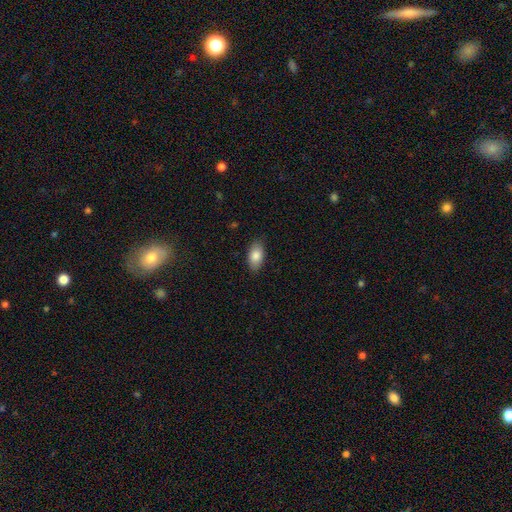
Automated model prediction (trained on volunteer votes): smooth_or_featured: smooth (p=0.84) [alt: featured or disk p=0.09]
how_rounded: in between (p=0.93) [alt: round p=0.04]
merging: none (p=0.86) [alt: minor disturbance p=0.10]